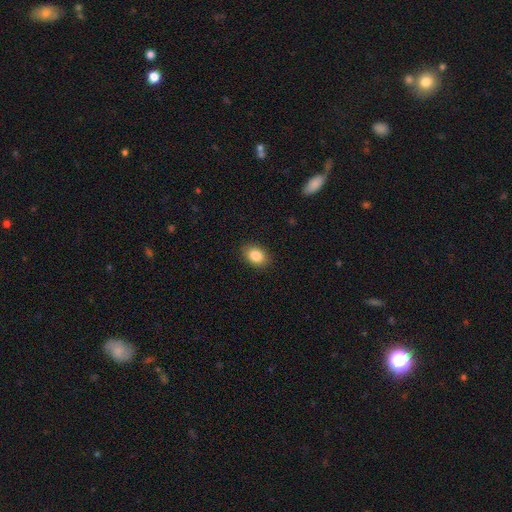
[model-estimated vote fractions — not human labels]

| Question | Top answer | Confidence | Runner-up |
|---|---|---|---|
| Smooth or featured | smooth | 86% | star or artifact (8%) |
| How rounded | in between | 77% | round (22%) |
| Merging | none | 88% | minor disturbance (8%) |